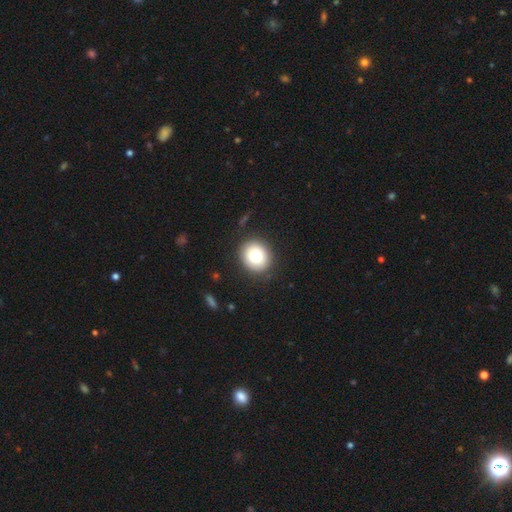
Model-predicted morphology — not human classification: Smooth or featured? smooth (81%)
How rounded? round (80%)
Merging? none (88%)